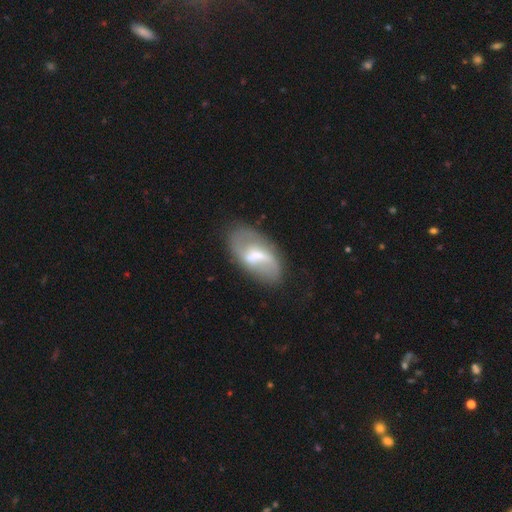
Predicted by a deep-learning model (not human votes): Morphology: type=featured or disk (63%); edge-on=no (94%); bar=weak (47%); spiral arms=yes (68%); bulge=moderate (42%); merging=none (64%).